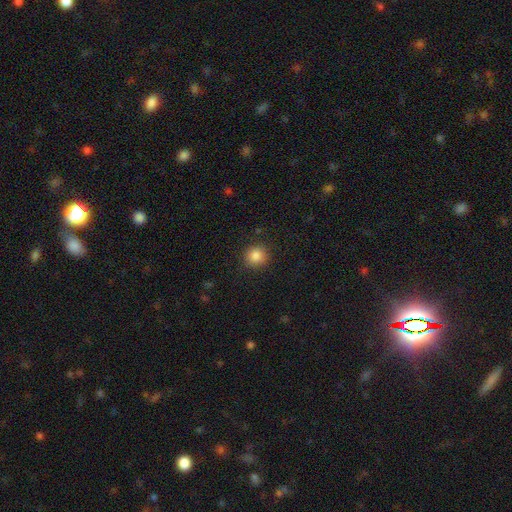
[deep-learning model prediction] Smooth or featured? smooth (85%)
How rounded? round (89%)
Merging? none (88%)